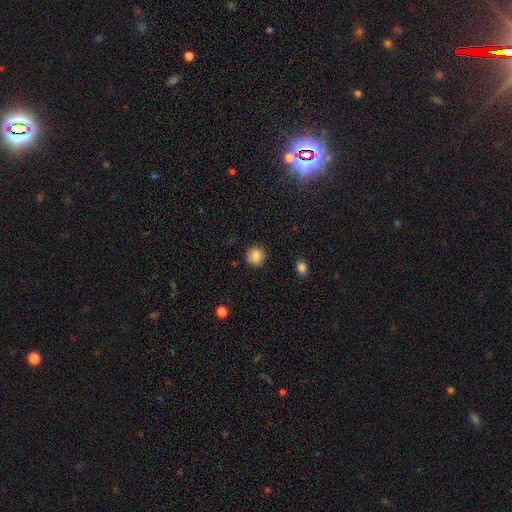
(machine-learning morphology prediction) Smooth or featured: smooth — 84% (star or artifact — 10%)
How rounded: round — 91% (in between — 8%)
Merging: none — 87% (minor disturbance — 9%)